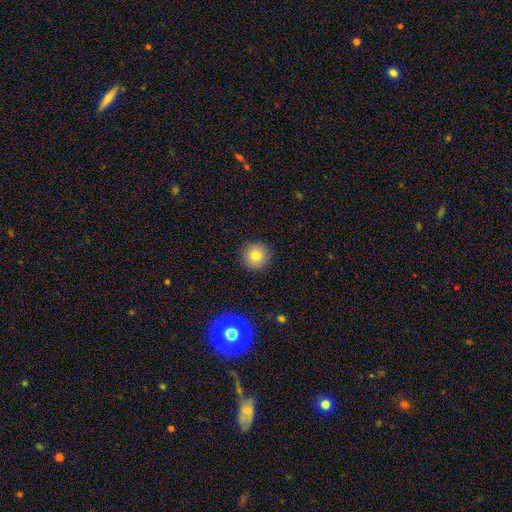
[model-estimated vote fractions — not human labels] A smooth galaxy with no disk features (80%) that is round (95%).

Vote fractions:
- Smooth or featured? smooth: 80% / star or artifact: 12% / featured or disk: 9%
- How rounded? round: 95% / in between: 4% / cigar-shaped: 1%
- Merging? none: 91% / minor disturbance: 6% / major disturbance: 2% / merger: 1%